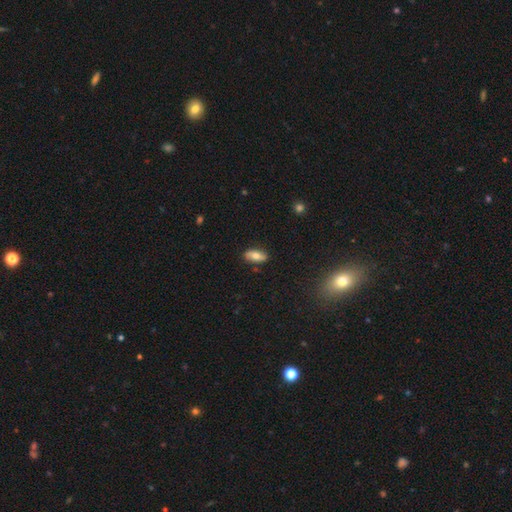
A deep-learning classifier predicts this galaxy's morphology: A smooth galaxy with no disk features (68%) that is in between round and cigar-shaped (86%).

Vote fractions:
- Smooth or featured? smooth: 68% / featured or disk: 24% / star or artifact: 8%
- How rounded? in between: 86% / cigar-shaped: 10% / round: 4%
- Merging? none: 85% / minor disturbance: 11% / major disturbance: 2% / merger: 1%